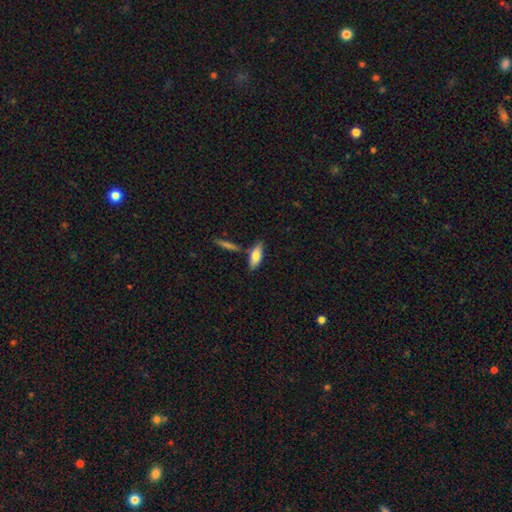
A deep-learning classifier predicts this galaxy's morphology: Overall: smooth (76%). How rounded: in between (74%). Merging: none (70%).